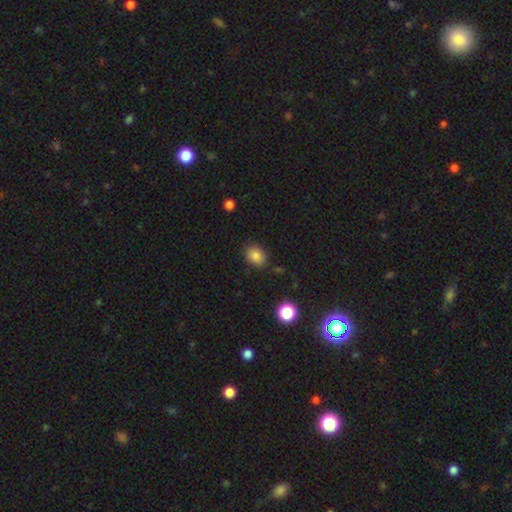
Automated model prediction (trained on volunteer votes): Q: Smooth or featured?
A: smooth (84%); runner-up: star or artifact (11%)
Q: How rounded?
A: in between (52%); runner-up: round (48%)
Q: Merging?
A: none (80%); runner-up: minor disturbance (14%)